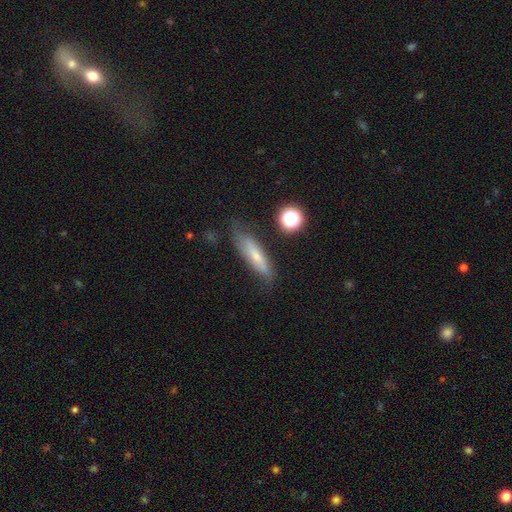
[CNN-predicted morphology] smooth_or_featured: smooth (p=0.63) [alt: featured or disk p=0.28]
how_rounded: cigar-shaped (p=0.69) [alt: in between p=0.28]
merging: none (p=0.64) [alt: minor disturbance p=0.25]